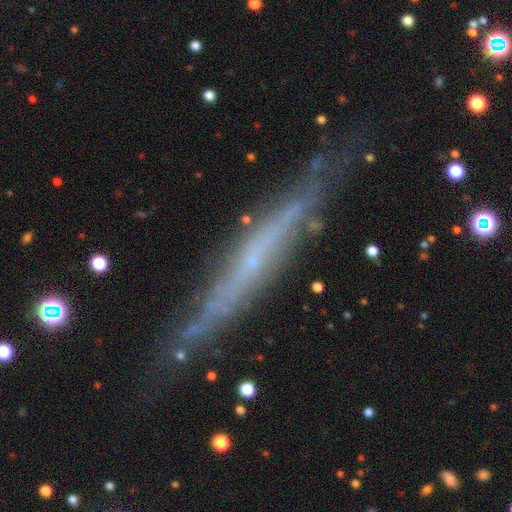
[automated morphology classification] Q: Smooth or featured?
A: featured or disk (67%); runner-up: smooth (23%)
Q: Edge-on disk?
A: yes (91%); runner-up: no (9%)
Q: Edge-on bulge?
A: none (78%); runner-up: rounded (16%)
Q: Merging?
A: none (83%); runner-up: minor disturbance (13%)